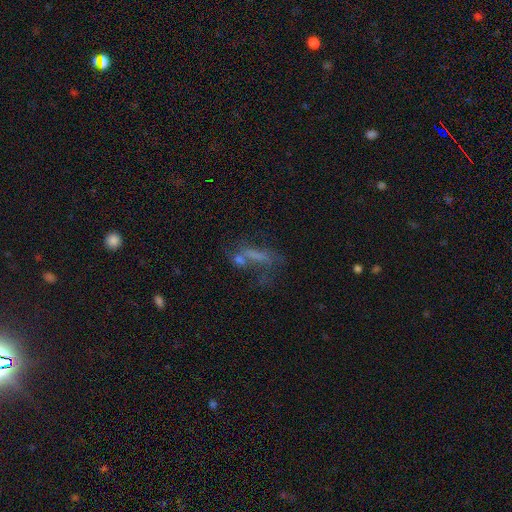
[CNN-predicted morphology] smooth_or_featured: smooth (p=0.42) [alt: featured or disk p=0.35]
merging: none (p=0.31) [alt: major disturbance p=0.30]